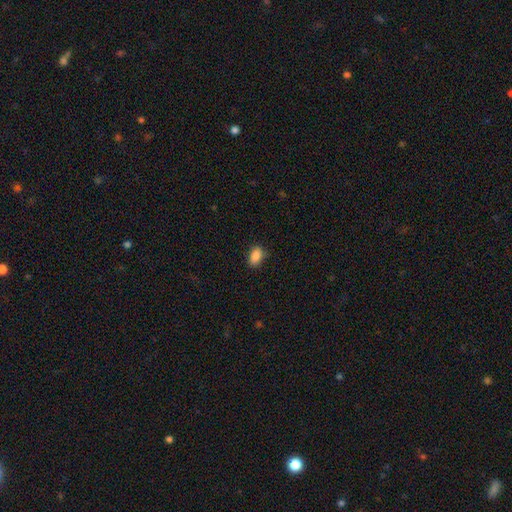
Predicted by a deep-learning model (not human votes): Morphology: type=smooth (88%); roundness=in between (88%); merging=none (82%).